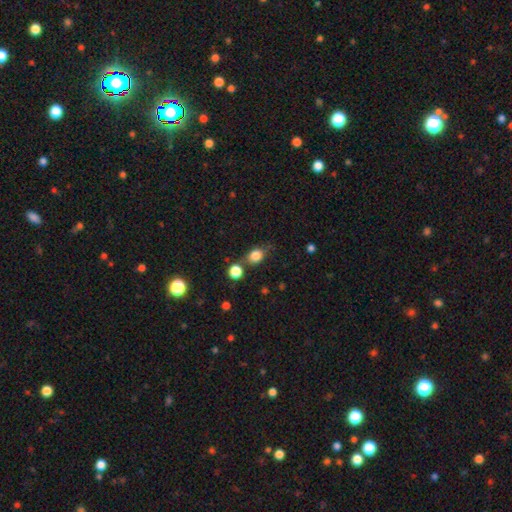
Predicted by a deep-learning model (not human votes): Overall: smooth (81%). How rounded: round (52%; in between 47%). Merging: none (63%).